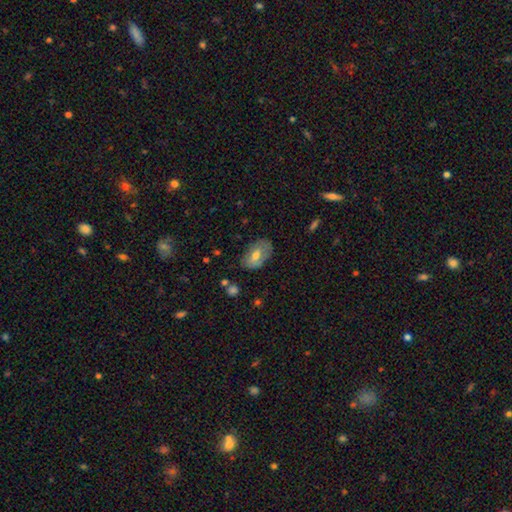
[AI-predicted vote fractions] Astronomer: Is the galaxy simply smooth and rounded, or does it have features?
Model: smooth — 59%.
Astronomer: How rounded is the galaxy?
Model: in between — 91%.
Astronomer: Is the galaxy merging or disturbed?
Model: none — 71%.